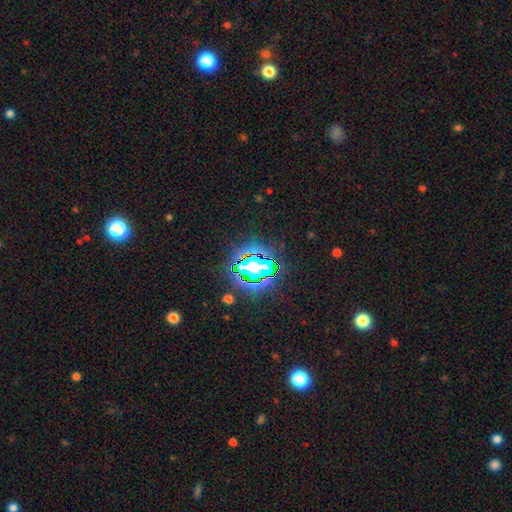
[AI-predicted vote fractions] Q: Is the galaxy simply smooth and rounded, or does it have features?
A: star or artifact — 81%.